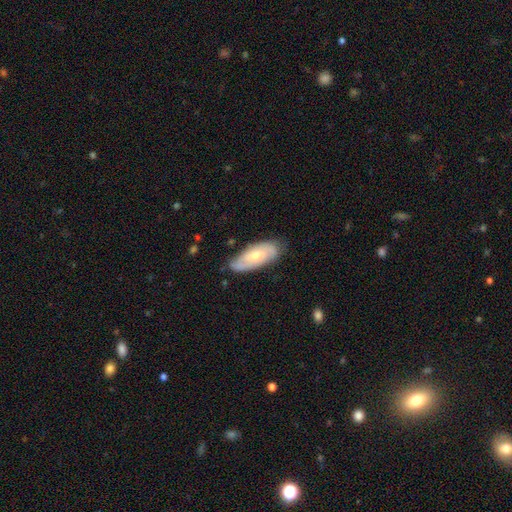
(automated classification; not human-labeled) This appears to be a featured or disk galaxy (48%). Merging: none (74%).